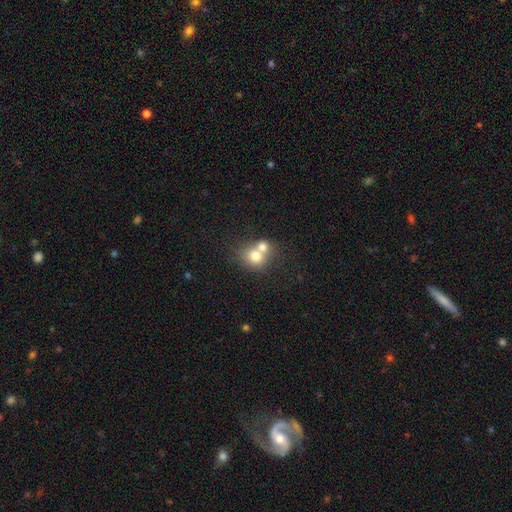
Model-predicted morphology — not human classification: This appears to be a smooth galaxy with no disk features (72%) that is round (72%). Merging: merger (62%).